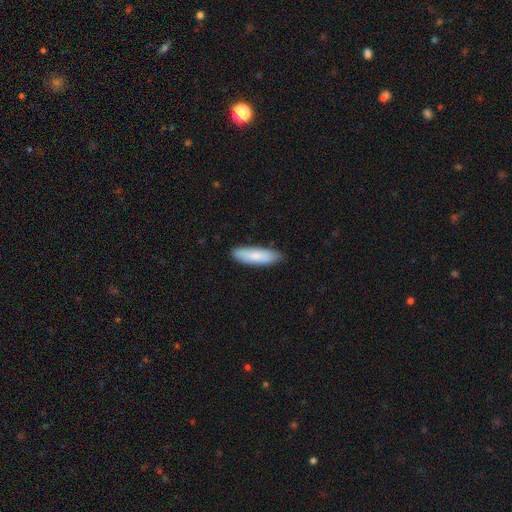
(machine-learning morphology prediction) A smooth galaxy with no disk features (83%) that is cigar-shaped (59%). Merging: none (86%).